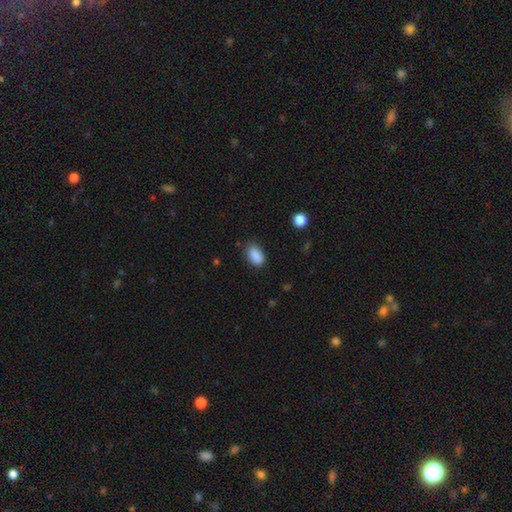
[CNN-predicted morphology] The model was most divided on "merging": none: 80%, minor disturbance: 16%, major disturbance: 3%, merger: 1%. More confident: how rounded — in between (91%); smooth or featured — smooth (89%).